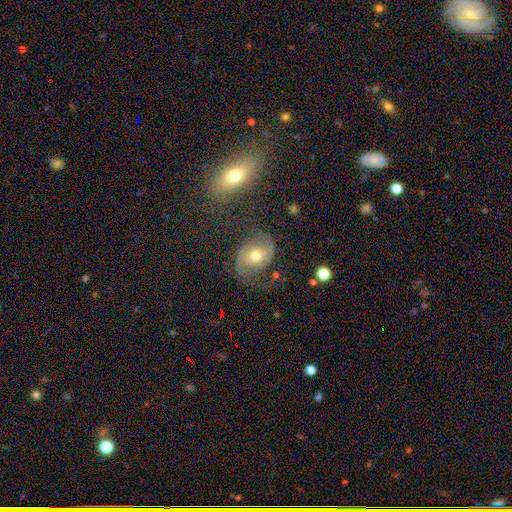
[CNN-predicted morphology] Smooth or featured? featured or disk (75%)
Edge-on disk? no (97%)
Bar? no (60%)
Spiral arms? yes (92%)
Spiral winding? medium (47%)
Spiral arm count? 2 (90%)
Bulge size? moderate (70%)
Merging? none (64%)